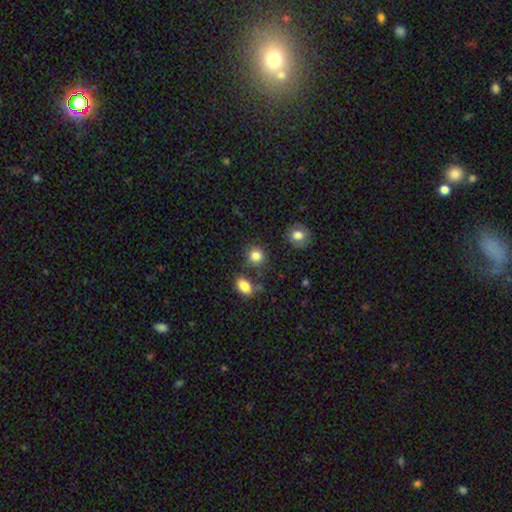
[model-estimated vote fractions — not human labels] smooth_or_featured: smooth (p=0.85) [alt: star or artifact p=0.10]
how_rounded: round (p=0.82) [alt: in between p=0.16]
merging: none (p=0.75) [alt: minor disturbance p=0.12]